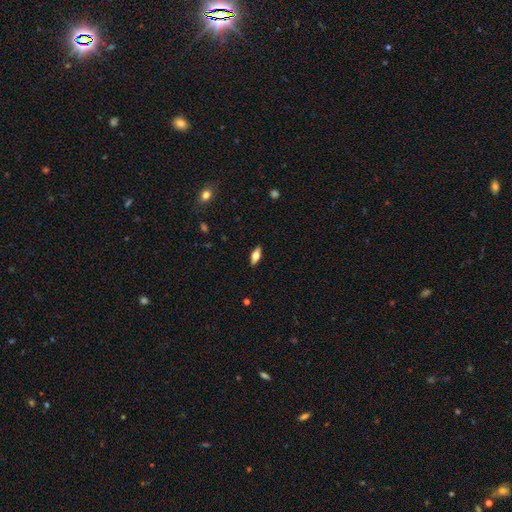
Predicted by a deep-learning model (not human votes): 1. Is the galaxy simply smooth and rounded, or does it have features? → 60% smooth, 33% featured or disk, 7% star or artifact.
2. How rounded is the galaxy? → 76% in between, 21% cigar-shaped, 3% round.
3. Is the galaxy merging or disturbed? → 89% none, 8% minor disturbance, 2% major disturbance, 1% merger.